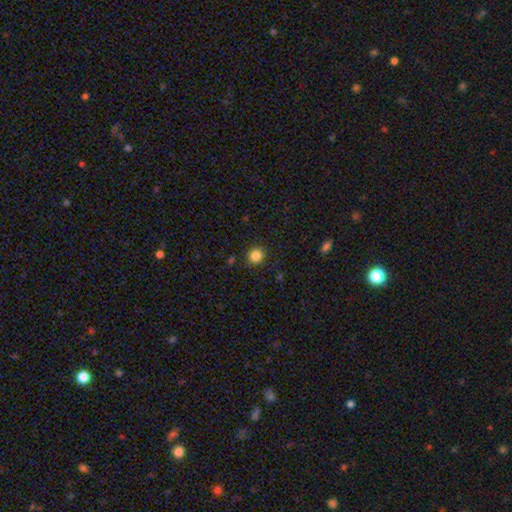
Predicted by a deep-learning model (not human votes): Smooth or featured: smooth — 84% (star or artifact — 12%)
How rounded: round — 87% (in between — 12%)
Merging: none — 89% (minor disturbance — 7%)